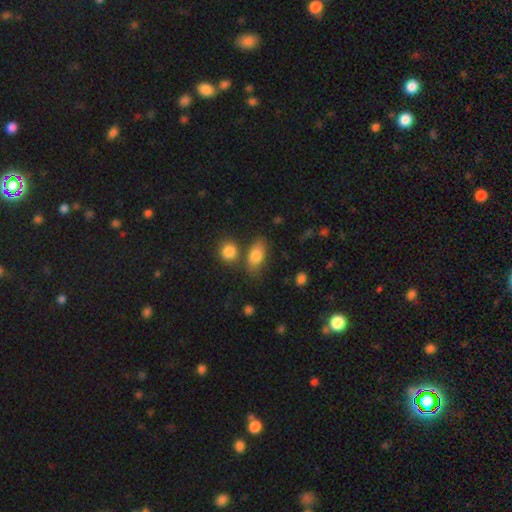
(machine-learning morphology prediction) smooth_or_featured: smooth (p=0.80) [alt: featured or disk p=0.12]
how_rounded: in between (p=0.85) [alt: round p=0.09]
merging: none (p=0.65) [alt: merger p=0.16]